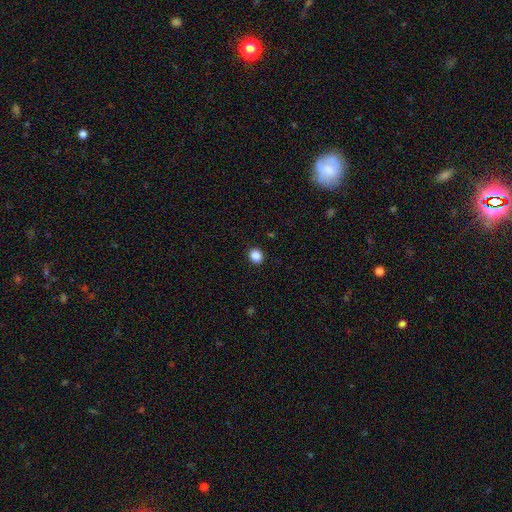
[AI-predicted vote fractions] Q: Smooth or featured?
A: smooth (87%); runner-up: star or artifact (10%)
Q: How rounded?
A: round (68%); runner-up: in between (31%)
Q: Merging?
A: none (91%); runner-up: minor disturbance (6%)